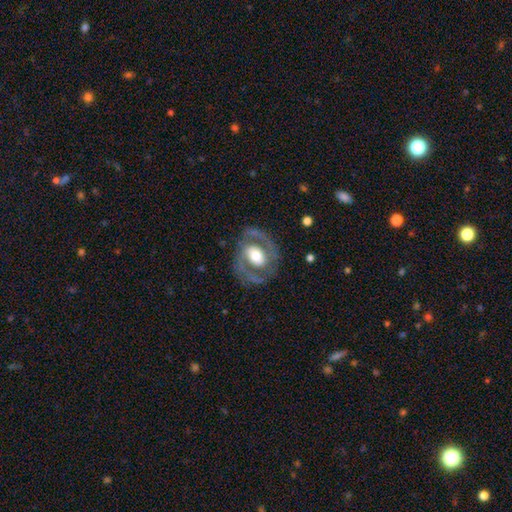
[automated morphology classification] The model was most divided on "bar": no: 46%, weak: 33%, strong: 21%. More confident: edge-on disk — no (96%); spiral arm count — 2 (85%); merging — none (76%); smooth or featured — featured or disk (76%); spiral arms — yes (73%); bulge size — moderate (57%); spiral winding — medium (51%).